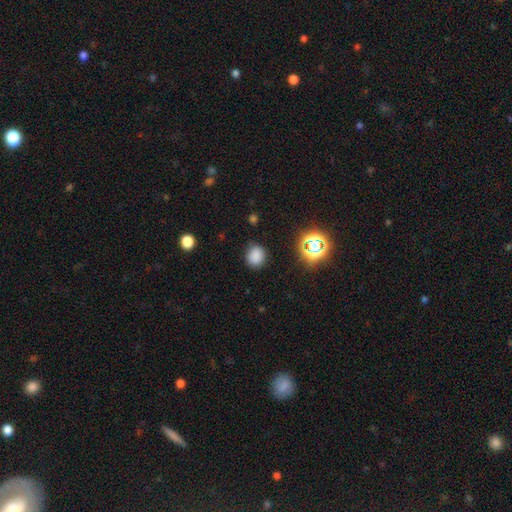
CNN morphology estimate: A smooth galaxy with no disk features (80%) that is round (73%).

Vote fractions:
- Smooth or featured? smooth: 80% / star or artifact: 16% / featured or disk: 5%
- How rounded? round: 73% / in between: 26% / cigar-shaped: 1%
- Merging? none: 84% / minor disturbance: 11% / major disturbance: 3% / merger: 2%